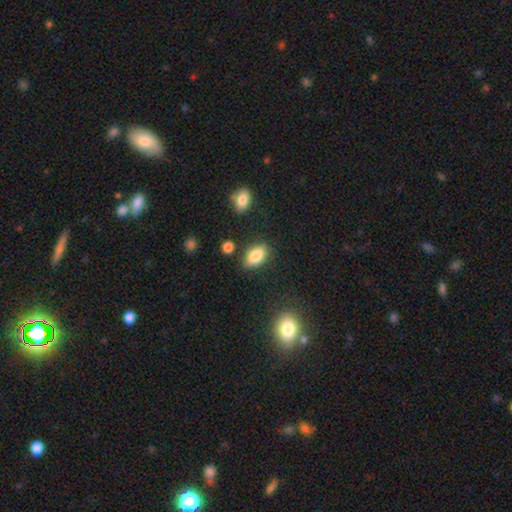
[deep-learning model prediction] Overall: smooth (85%). How rounded: in between (91%). Merging: none (77%).